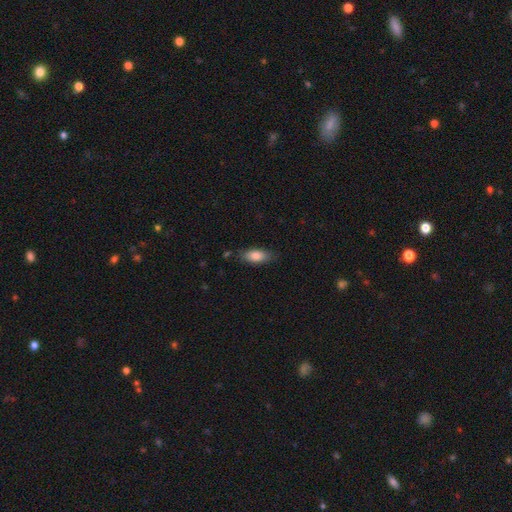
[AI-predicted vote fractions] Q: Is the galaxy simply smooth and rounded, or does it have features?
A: smooth — 82%.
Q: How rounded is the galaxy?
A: in between — 83%.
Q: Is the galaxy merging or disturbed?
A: none — 80%.